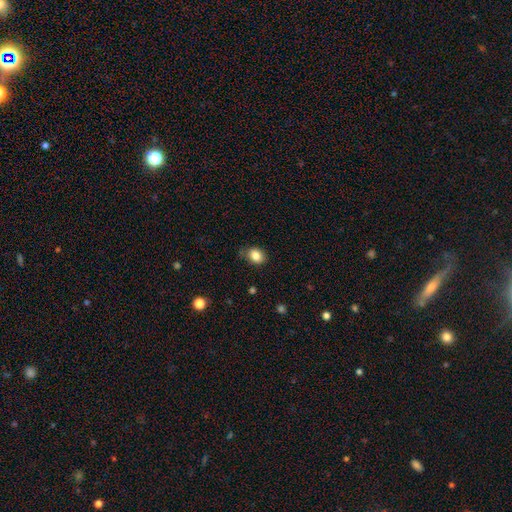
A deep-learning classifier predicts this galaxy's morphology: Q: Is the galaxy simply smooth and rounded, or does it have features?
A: smooth — 85%.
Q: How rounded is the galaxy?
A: in between — 57%.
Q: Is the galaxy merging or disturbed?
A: none — 71%.